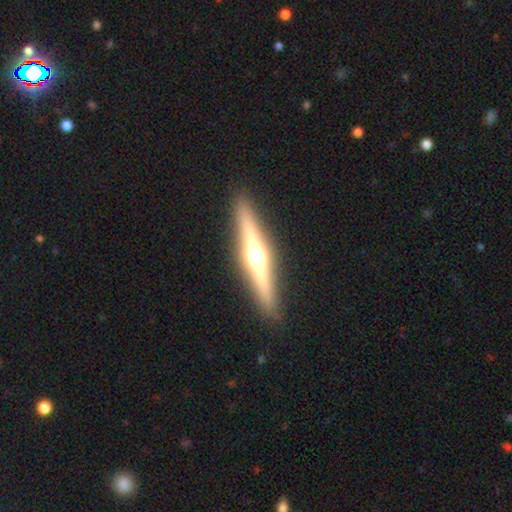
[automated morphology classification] Q: Smooth or featured?
A: featured or disk (70%); runner-up: smooth (24%)
Q: Edge-on disk?
A: yes (97%); runner-up: no (3%)
Q: Edge-on bulge?
A: rounded (94%); runner-up: boxy (3%)
Q: Merging?
A: none (91%); runner-up: minor disturbance (6%)